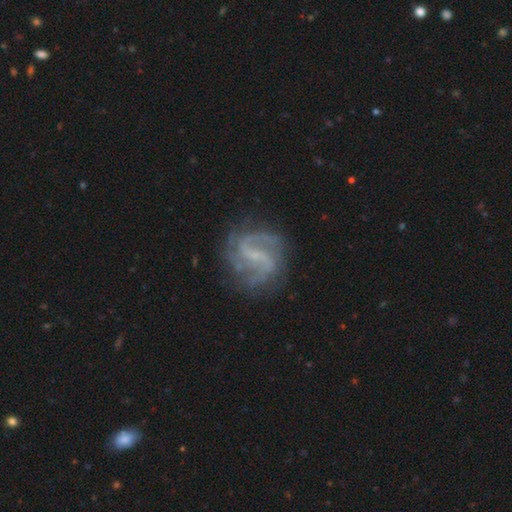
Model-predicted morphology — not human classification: smooth-or-featured: featured or disk: 88% | star or artifact: 6% | smooth: 6%
  disk-edge-on: no: 98% | yes: 2%
    bar: weak: 51% | strong: 30% | no: 18%
    has-spiral-arms: yes: 96% | no: 4%
      spiral-winding: medium: 48% | loose: 33% | tight: 19%
      spiral-arm-count: 2: 63% | 3: 13% | can't tell: 11% | 4: 5% | 1: 4% | more than 4: 4%
    bulge-size: small: 62% | none: 26% | moderate: 10% | large: 1% | dominant: 1%
  merging: none: 75% | minor disturbance: 15% | major disturbance: 8% | merger: 2%